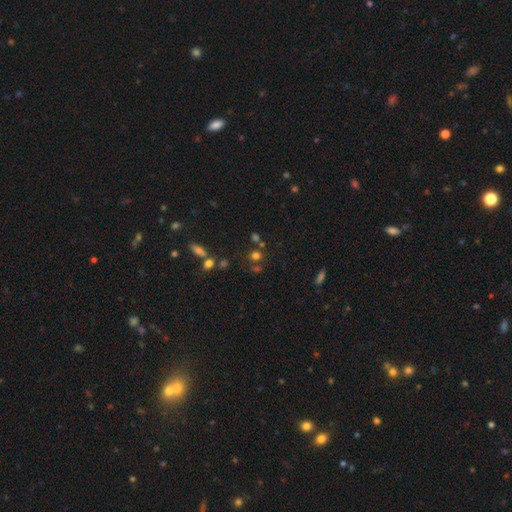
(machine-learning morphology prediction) The model was most divided on "smooth or featured": smooth: 65%, star or artifact: 26%, featured or disk: 9%. More confident: how rounded — round (79%); merging — none (62%).